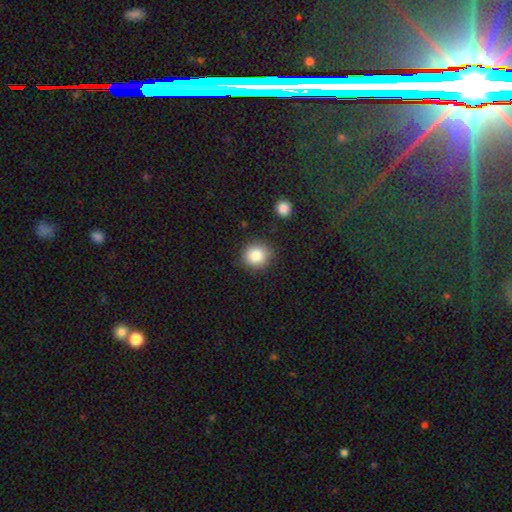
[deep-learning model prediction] This is clearly a smooth galaxy (85%). How rounded: clearly round (86%). Merging: clearly none (85%).